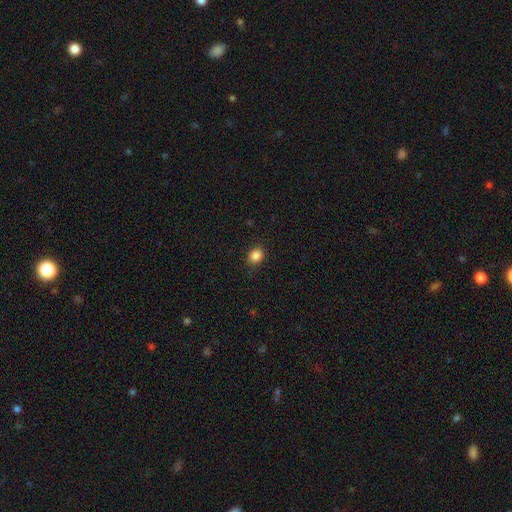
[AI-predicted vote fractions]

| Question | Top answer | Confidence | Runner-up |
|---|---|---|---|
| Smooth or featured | smooth | 85% | star or artifact (11%) |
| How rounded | round | 57% | in between (42%) |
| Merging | none | 87% | minor disturbance (10%) |